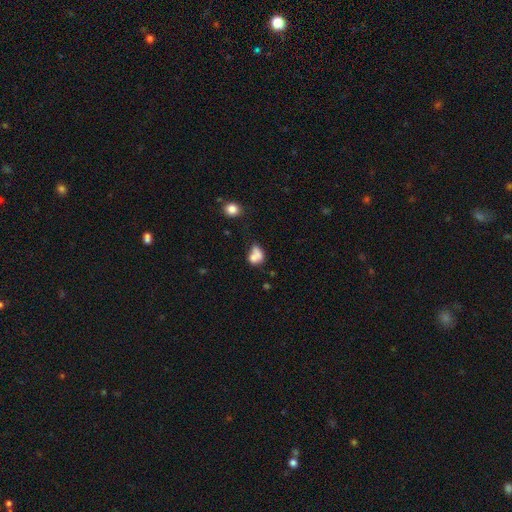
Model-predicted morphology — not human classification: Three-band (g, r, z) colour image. It shows a smooth galaxy with no disk features (71%) that is in between round and cigar-shaped (58%). Merging: merger (46%).